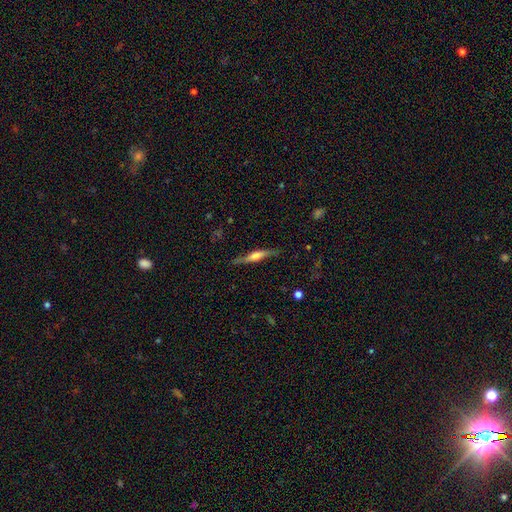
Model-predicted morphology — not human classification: featured or disk 62%, smooth 32%, star or artifact 6%. Down the decision tree: edge-on disk — yes (90%); edge-on bulge — rounded (60%); merging — none (79%).